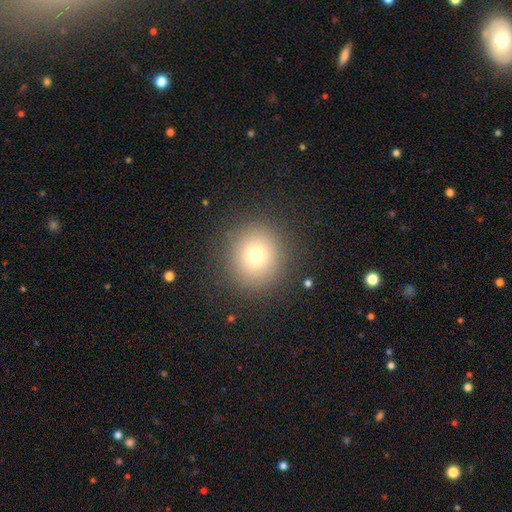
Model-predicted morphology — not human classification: A smooth galaxy with no disk features (73%) that is round (90%).

Vote fractions:
- Smooth or featured? smooth: 73% / star or artifact: 16% / featured or disk: 11%
- How rounded? round: 90% / in between: 9% / cigar-shaped: 1%
- Merging? none: 89% / minor disturbance: 6% / major disturbance: 4% / merger: 1%